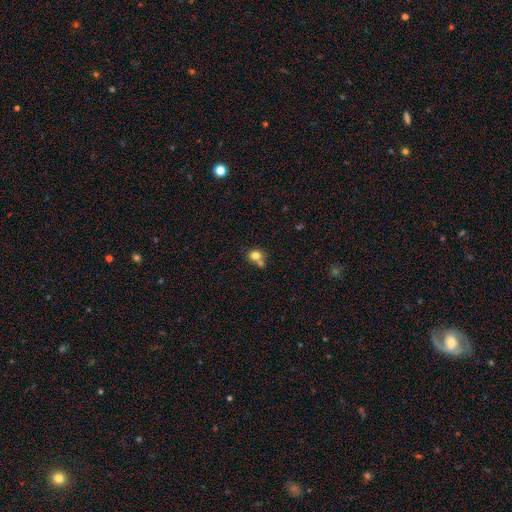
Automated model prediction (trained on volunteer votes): Overall: smooth (77%). How rounded: round (69%; in between 30%). Merging: none (42%, tied with merger).